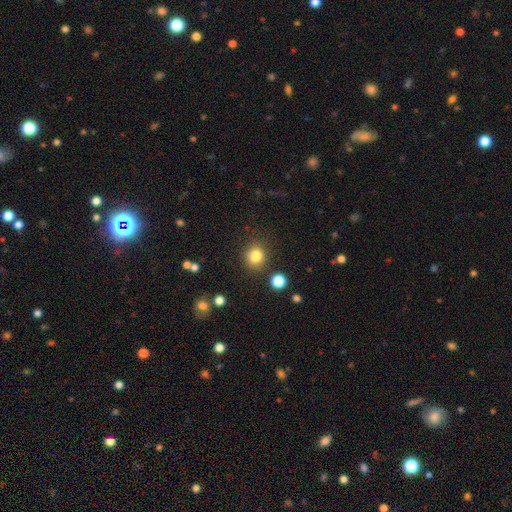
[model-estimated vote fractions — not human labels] smooth 83%, star or artifact 12%, featured or disk 6%. Down the decision tree: how rounded — round (79%); merging — none (80%).